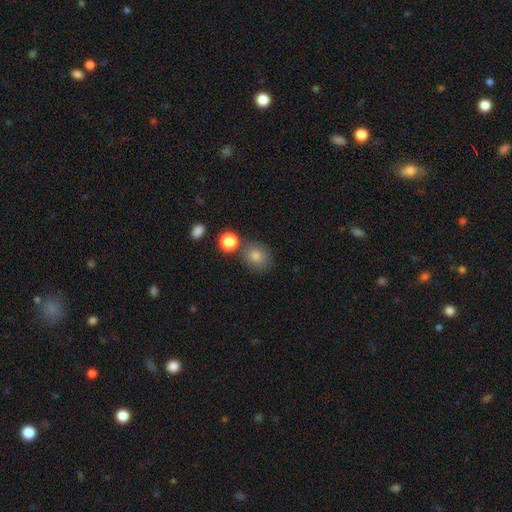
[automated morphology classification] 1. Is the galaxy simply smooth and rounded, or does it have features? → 79% smooth, 13% star or artifact, 8% featured or disk.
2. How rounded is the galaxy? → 69% round, 30% in between, 1% cigar-shaped.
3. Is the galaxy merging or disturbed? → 74% none, 11% merger, 11% minor disturbance, 3% major disturbance.